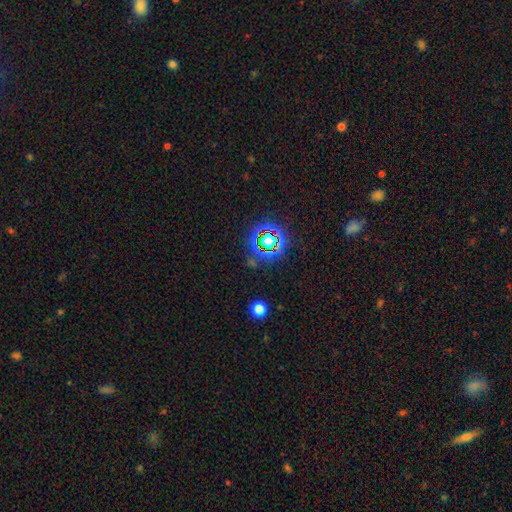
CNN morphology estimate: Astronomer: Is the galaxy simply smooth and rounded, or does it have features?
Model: star or artifact — 47% (runner-up: smooth, 39%).